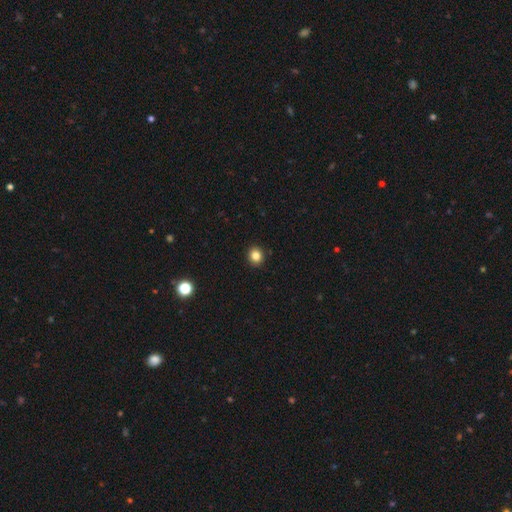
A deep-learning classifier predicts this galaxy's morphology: Smooth or featured?
  - smooth: 84% *
  - star or artifact: 11%
  - featured or disk: 5%
How rounded?
  - round: 79% *
  - in between: 20%
  - cigar-shaped: 1%
Merging?
  - none: 92% *
  - minor disturbance: 5%
  - major disturbance: 2%
  - merger: 1%